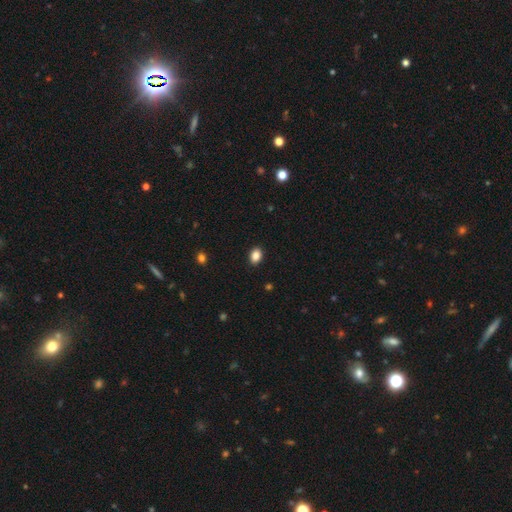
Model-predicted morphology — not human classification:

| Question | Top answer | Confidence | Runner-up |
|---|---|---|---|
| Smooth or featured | smooth | 87% | star or artifact (9%) |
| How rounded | in between | 73% | round (26%) |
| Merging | none | 90% | minor disturbance (7%) |